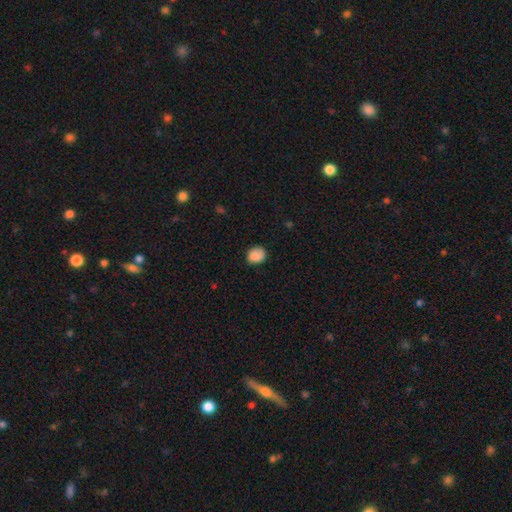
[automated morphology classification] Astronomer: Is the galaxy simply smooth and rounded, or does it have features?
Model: smooth — 86%.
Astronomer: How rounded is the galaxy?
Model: round — 68%.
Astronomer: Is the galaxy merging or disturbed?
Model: none — 76%.